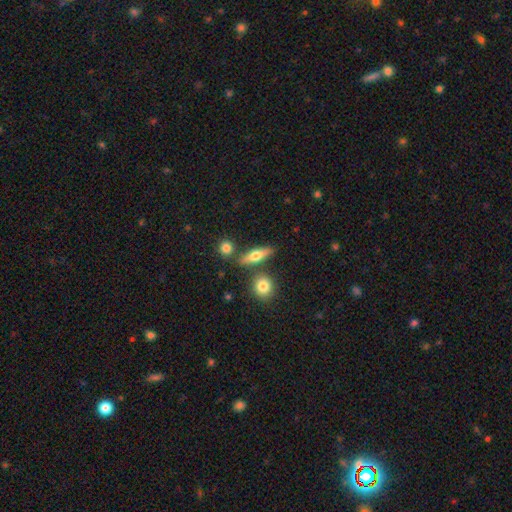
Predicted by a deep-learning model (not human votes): This is possibly a smooth galaxy (55%). How rounded: possibly cigar-shaped (48%). Merging: likely none (77%).